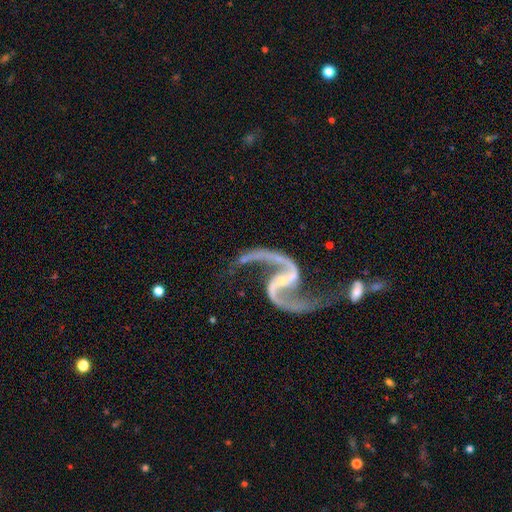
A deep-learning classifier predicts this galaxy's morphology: Smooth or featured: featured or disk — 94% (star or artifact — 4%)
Edge-on disk: no — 98% (yes — 2%)
Bar: no — 35% (tied with weak — 35%)
Spiral arms: yes — 98% (no — 2%)
Spiral winding: loose — 72% (medium — 23%)
Spiral arm count: 2 — 95% (1 — 1%)
Bulge size: small — 80% (moderate — 14%)
Merging: none — 57% (minor disturbance — 18%)